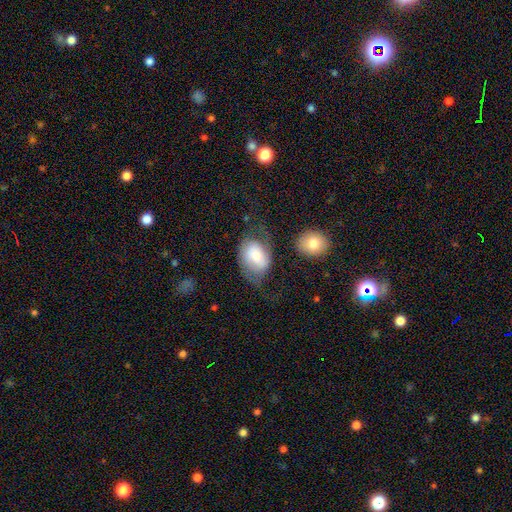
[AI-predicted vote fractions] Smooth or featured? smooth (50%)
Merging? none (47%)